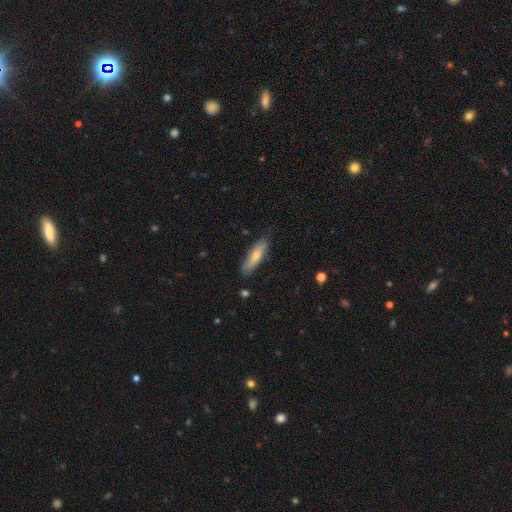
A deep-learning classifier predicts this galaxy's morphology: Smooth or featured?
  - smooth: 70% *
  - featured or disk: 24%
  - star or artifact: 6%
How rounded?
  - cigar-shaped: 60% *
  - in between: 38%
  - round: 2%
Merging?
  - none: 75% *
  - minor disturbance: 20%
  - major disturbance: 3%
  - merger: 2%